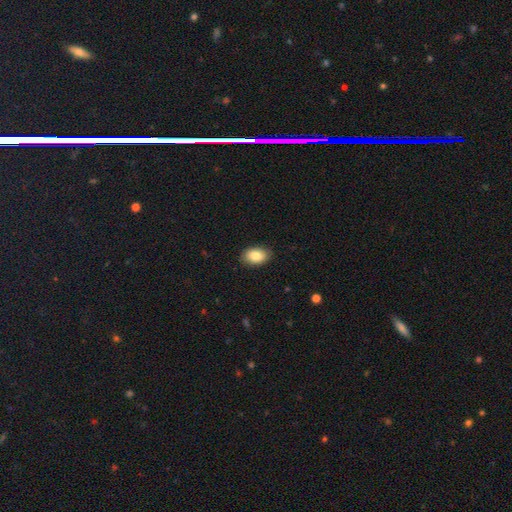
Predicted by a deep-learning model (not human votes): smooth 85%, featured or disk 8%, star or artifact 7%. Down the decision tree: how rounded — in between (88%); merging — none (87%).